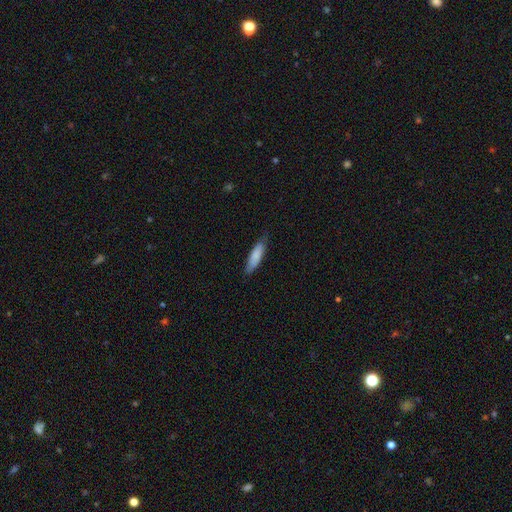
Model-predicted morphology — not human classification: Q: Smooth or featured?
A: smooth (84%); runner-up: featured or disk (11%)
Q: How rounded?
A: cigar-shaped (66%); runner-up: in between (33%)
Q: Merging?
A: none (78%); runner-up: minor disturbance (19%)